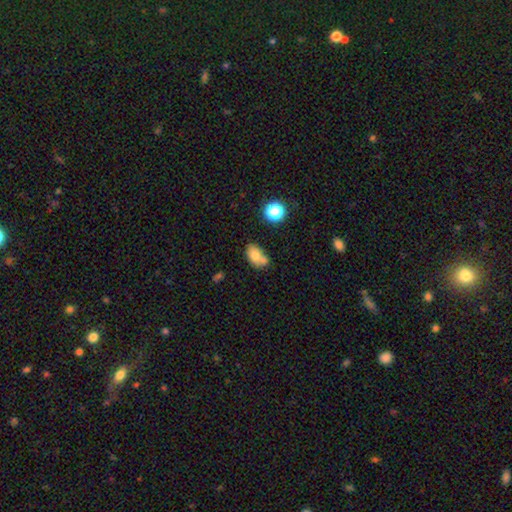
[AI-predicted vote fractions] smooth-or-featured: smooth: 74% | featured or disk: 15% | star or artifact: 11%
  how-rounded: in between: 83% | round: 15% | cigar-shaped: 2%
  merging: none: 40% | merger: 34% | minor disturbance: 19% | major disturbance: 7%